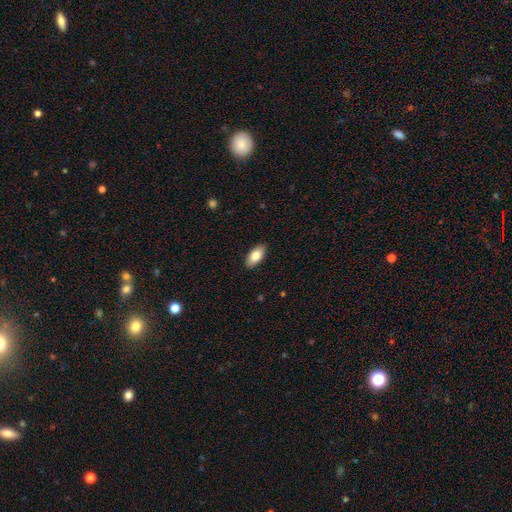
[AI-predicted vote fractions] Smooth or featured? smooth (81%)
How rounded? in between (91%)
Merging? none (89%)